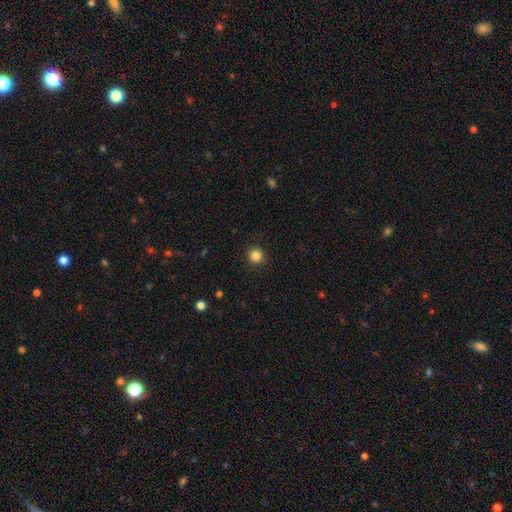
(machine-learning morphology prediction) Smooth or featured? Predicted: smooth (p=0.84). How rounded? Predicted: round (p=0.94). Merging? Predicted: none (p=0.92).